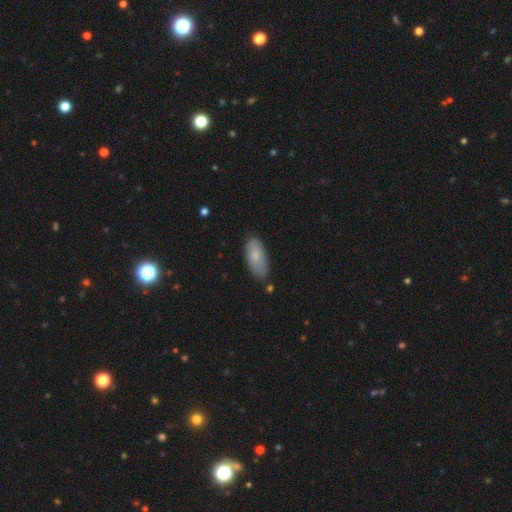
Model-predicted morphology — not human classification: smooth-or-featured: smooth: 79% | featured or disk: 15% | star or artifact: 6%
  how-rounded: in between: 88% | cigar-shaped: 10% | round: 2%
  merging: none: 73% | minor disturbance: 21% | major disturbance: 3% | merger: 3%